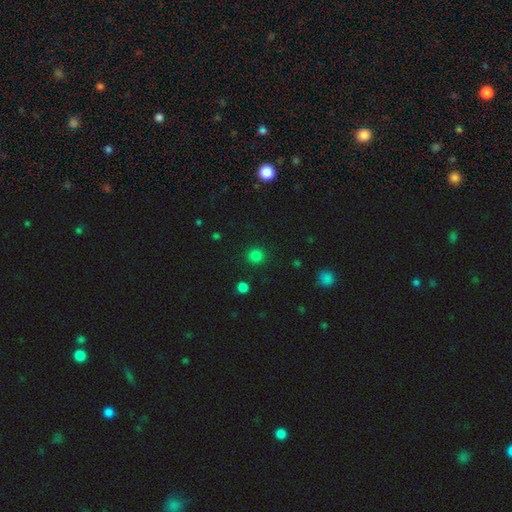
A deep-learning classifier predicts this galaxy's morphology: Smooth or featured? smooth (81%)
How rounded? round (92%)
Merging? none (90%)